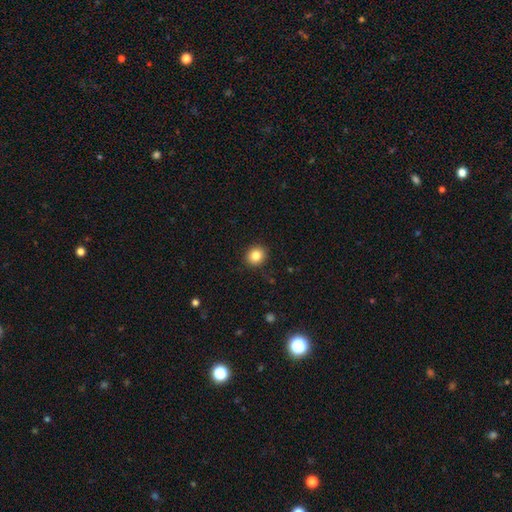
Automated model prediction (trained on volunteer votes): A smooth galaxy with no disk features (84%) that is round (84%). Merging: none (91%).